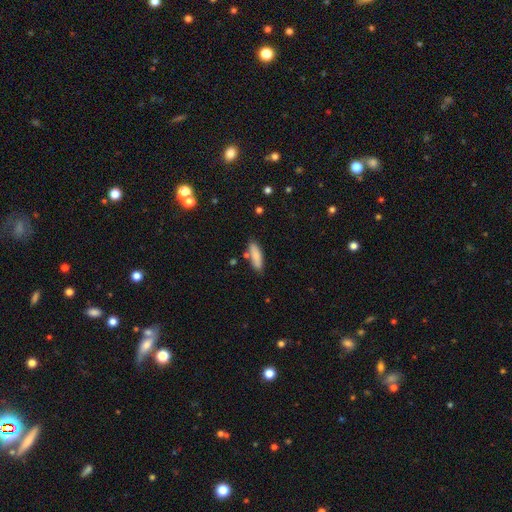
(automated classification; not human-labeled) smooth 84%, featured or disk 9%, star or artifact 6%. Down the decision tree: how rounded — cigar-shaped (52%); merging — none (78%).